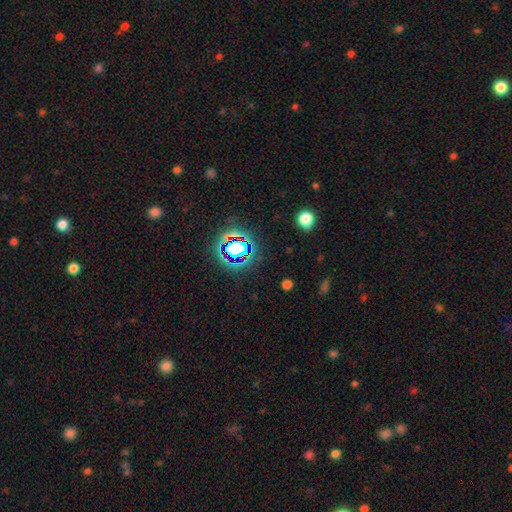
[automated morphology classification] Smooth or featured? star or artifact (73%)